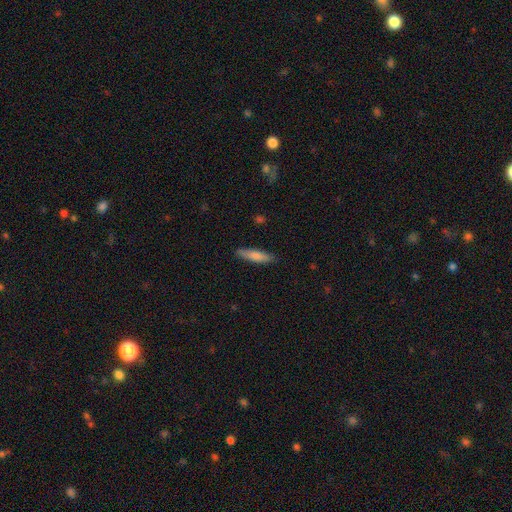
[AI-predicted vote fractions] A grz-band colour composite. It shows a smooth galaxy with no disk features (79%) that is cigar-shaped (76%). Merging: none (87%).